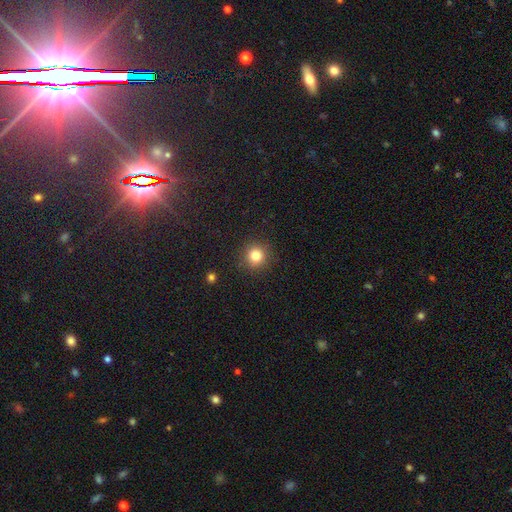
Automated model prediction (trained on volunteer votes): smooth-or-featured: smooth: 82% | star or artifact: 12% | featured or disk: 6%
  how-rounded: round: 94% | in between: 5% | cigar-shaped: 1%
  merging: none: 90% | minor disturbance: 6% | major disturbance: 2% | merger: 1%